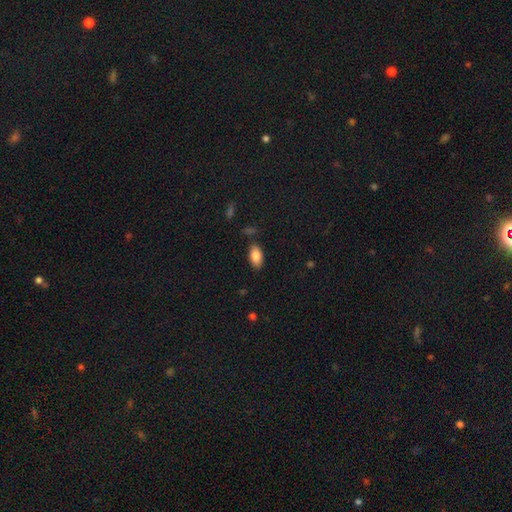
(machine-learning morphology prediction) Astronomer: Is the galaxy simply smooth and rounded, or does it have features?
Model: smooth — 84%.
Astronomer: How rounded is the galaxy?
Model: in between — 93%.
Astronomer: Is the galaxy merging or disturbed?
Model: none — 82%.